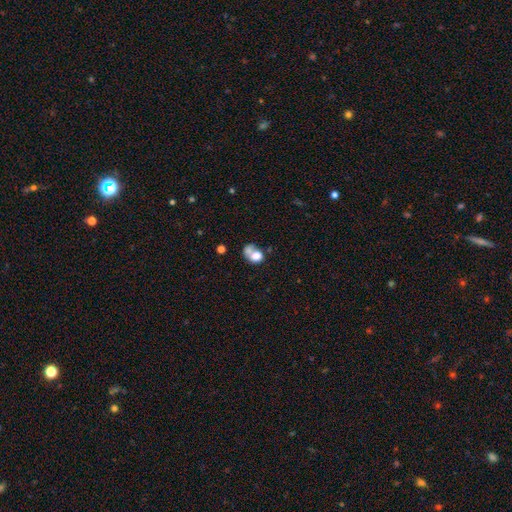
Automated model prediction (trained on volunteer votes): The model was most divided on "how rounded": in between: 53%, round: 46%, cigar-shaped: 1%. More confident: smooth or featured — smooth (70%); merging — merger (52%).